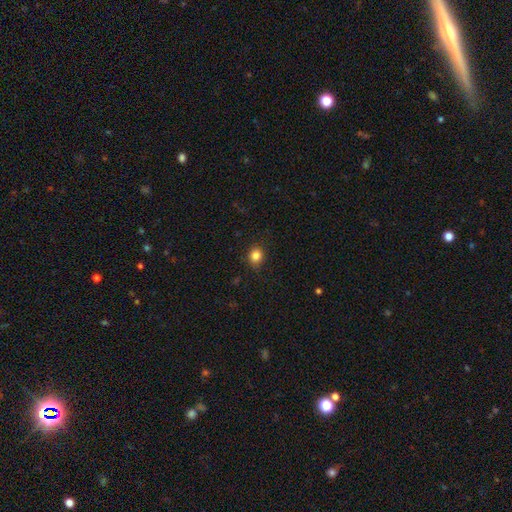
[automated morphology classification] Q: Smooth or featured?
A: smooth (84%); runner-up: star or artifact (11%)
Q: How rounded?
A: round (76%); runner-up: in between (23%)
Q: Merging?
A: none (86%); runner-up: minor disturbance (10%)